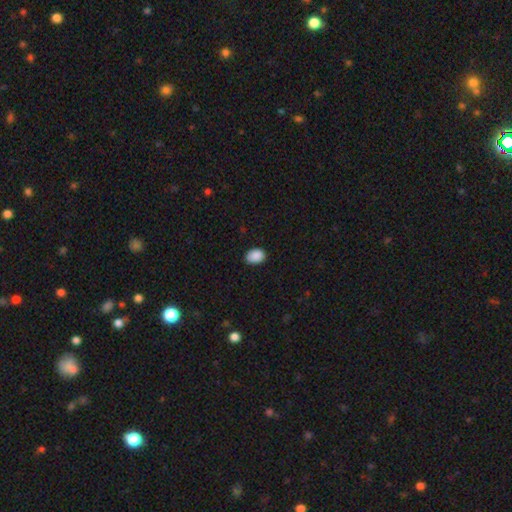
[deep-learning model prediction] This appears to be a smooth galaxy with no disk features (89%) that is in between round and cigar-shaped (72%). Merging: none (83%).